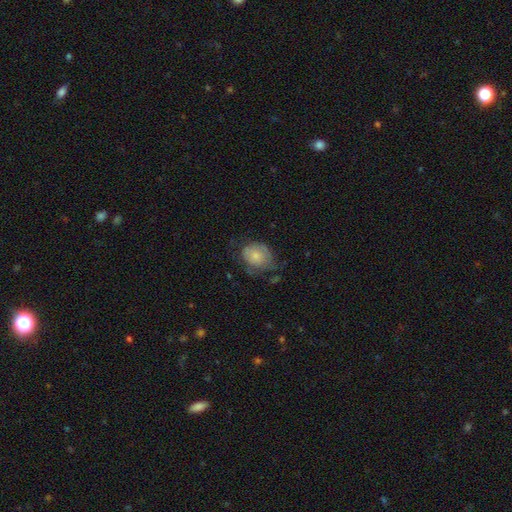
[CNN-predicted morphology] smooth_or_featured: smooth (p=0.67) [alt: featured or disk p=0.25]
how_rounded: in between (p=0.52) [alt: round p=0.47]
merging: none (p=0.41) [alt: minor disturbance p=0.34]